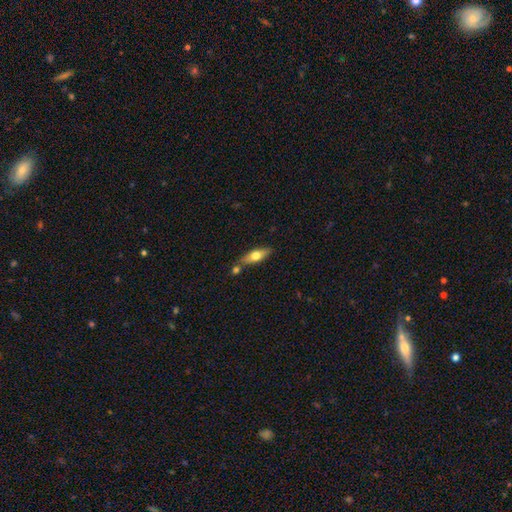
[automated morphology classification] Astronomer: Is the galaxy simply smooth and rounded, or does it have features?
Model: smooth — 60%.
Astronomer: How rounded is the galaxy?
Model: in between — 54% (runner-up: cigar-shaped, 43%).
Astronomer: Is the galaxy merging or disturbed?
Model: none — 66%.